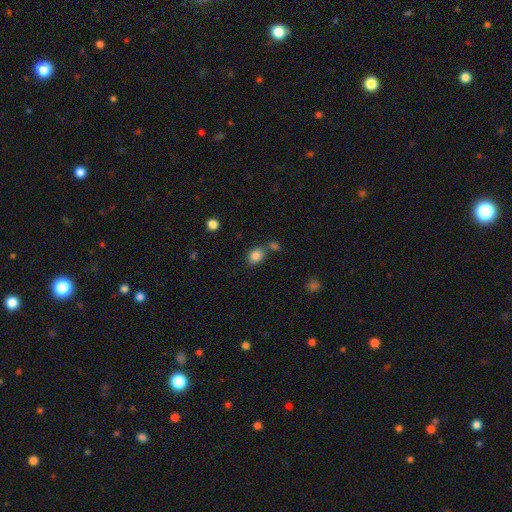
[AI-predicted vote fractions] The model was most divided on "how rounded": in between: 55%, round: 44%, cigar-shaped: 1%. More confident: smooth or featured — smooth (85%); merging — none (65%).